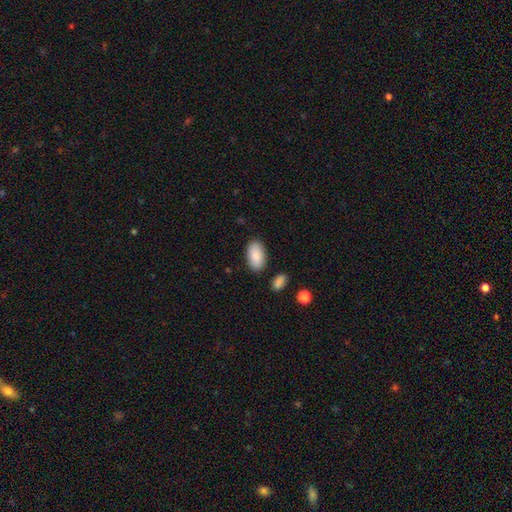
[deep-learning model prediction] A smooth galaxy with no disk features (89%) that is in between round and cigar-shaped (95%). Merging: none (85%).